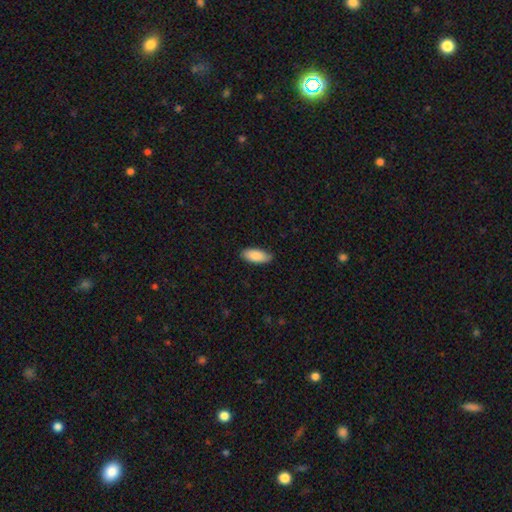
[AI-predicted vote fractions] Smooth or featured?
  - smooth: 88% *
  - featured or disk: 6%
  - star or artifact: 6%
How rounded?
  - in between: 84% *
  - cigar-shaped: 14%
  - round: 2%
Merging?
  - none: 84% *
  - minor disturbance: 13%
  - major disturbance: 2%
  - merger: 1%